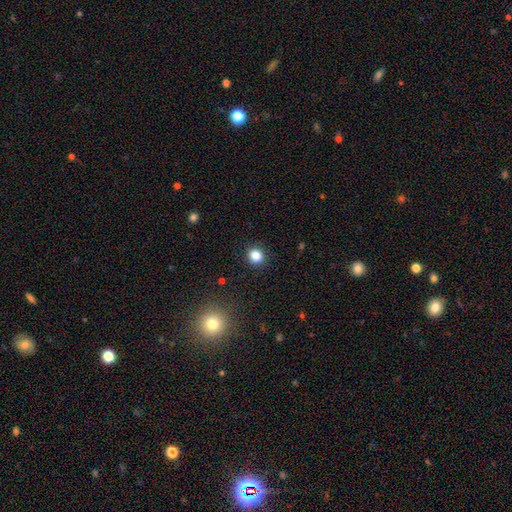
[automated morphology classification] smooth-or-featured: smooth: 84% | star or artifact: 12% | featured or disk: 4%
  how-rounded: round: 82% | in between: 17% | cigar-shaped: 1%
  merging: none: 90% | minor disturbance: 7% | major disturbance: 2% | merger: 1%